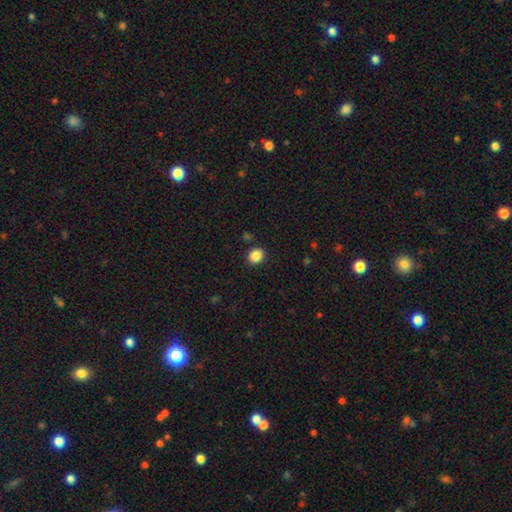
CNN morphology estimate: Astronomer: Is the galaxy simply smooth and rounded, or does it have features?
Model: smooth — 87%.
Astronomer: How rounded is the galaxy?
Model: round — 81%.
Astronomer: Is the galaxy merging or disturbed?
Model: none — 89%.